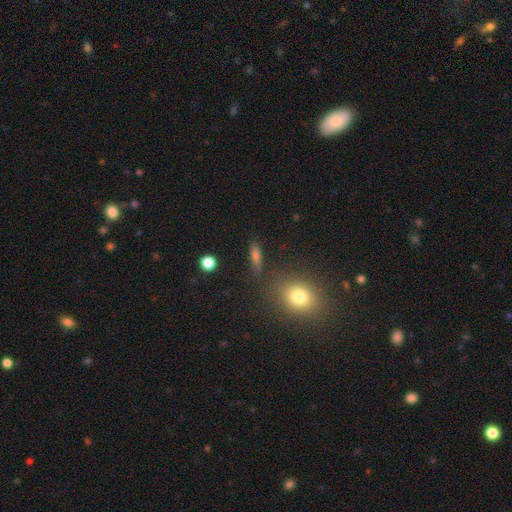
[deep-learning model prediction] This appears to be a smooth galaxy with no disk features (67%) that is cigar-shaped (45%). Merging: none (80%).